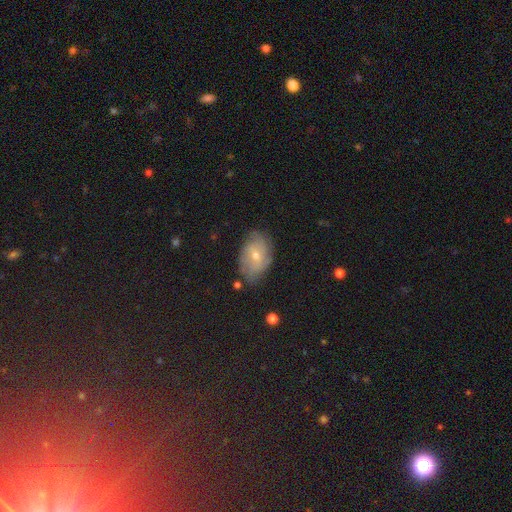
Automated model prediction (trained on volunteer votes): Smooth or featured? Predicted: featured or disk (p=0.47). Merging? Predicted: none (p=0.66).